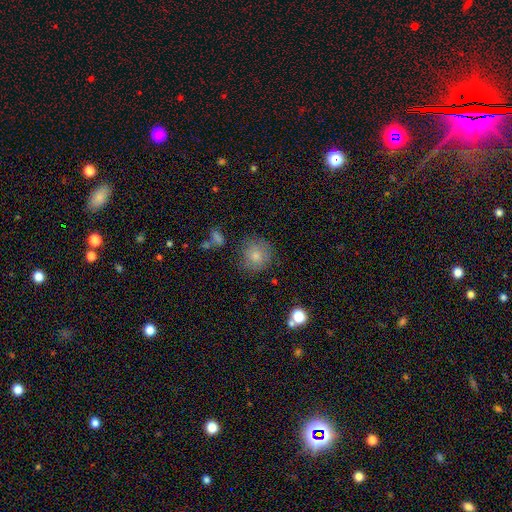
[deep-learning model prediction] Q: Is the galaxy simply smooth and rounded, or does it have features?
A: smooth — 70%.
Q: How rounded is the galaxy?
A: round — 91%.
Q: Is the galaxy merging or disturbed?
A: none — 81%.